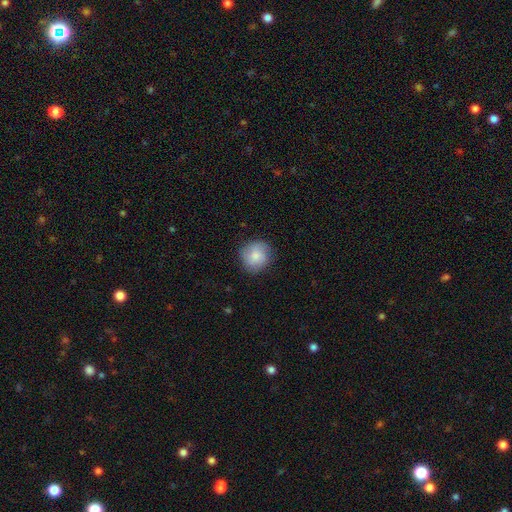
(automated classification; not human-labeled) The model was most divided on "smooth or featured": smooth: 78%, featured or disk: 16%, star or artifact: 7%. More confident: how rounded — round (89%); merging — none (82%).